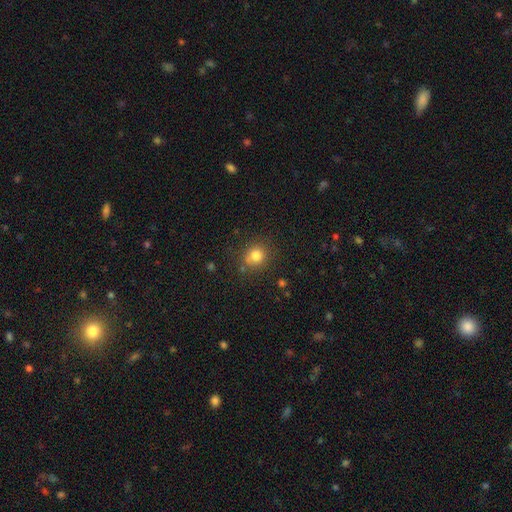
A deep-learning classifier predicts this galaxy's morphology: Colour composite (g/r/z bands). It shows a smooth galaxy with no disk features (80%) that is round (85%). Merging: none (74%).